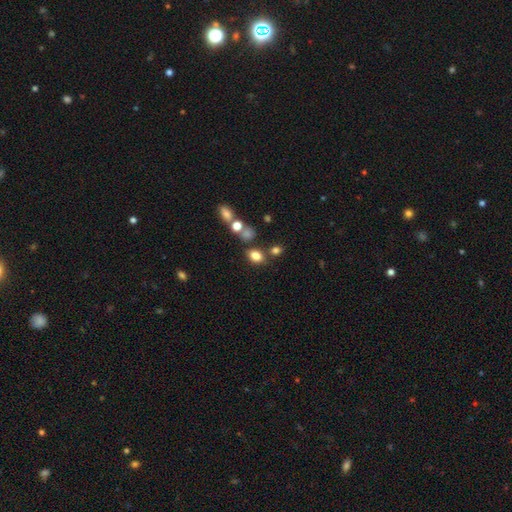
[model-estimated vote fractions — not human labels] The model was most divided on "how rounded": in between: 68%, round: 30%, cigar-shaped: 2%. More confident: smooth or featured — smooth (80%); merging — none (67%).